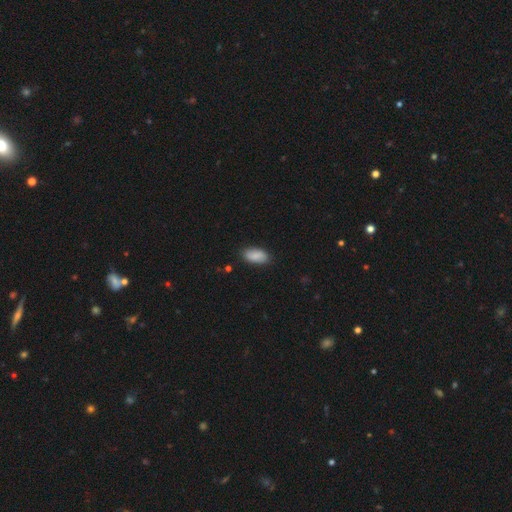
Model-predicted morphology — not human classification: This appears to be a smooth galaxy with no disk features (86%) that is in between round and cigar-shaped (92%). Merging: none (85%).